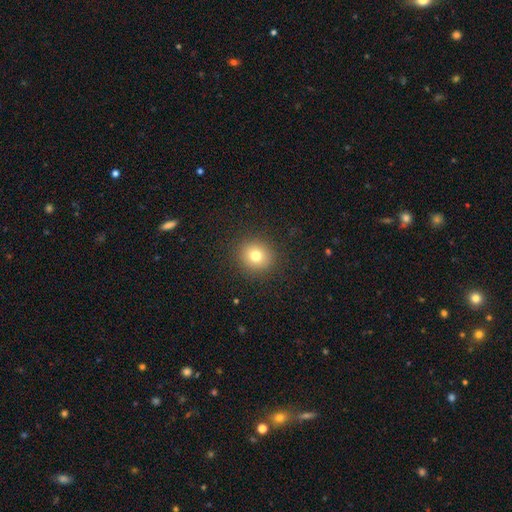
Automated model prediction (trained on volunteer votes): The model was most divided on "smooth or featured": smooth: 77%, star or artifact: 13%, featured or disk: 10%. More confident: merging — none (90%); how rounded — round (88%).